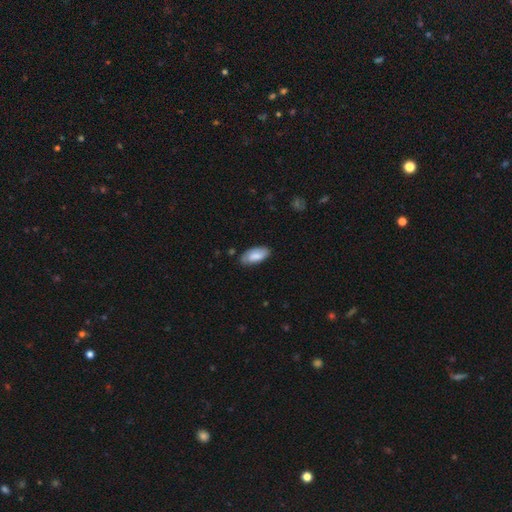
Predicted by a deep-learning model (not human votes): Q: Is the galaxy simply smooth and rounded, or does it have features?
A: smooth — 76%.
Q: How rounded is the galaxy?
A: in between — 91%.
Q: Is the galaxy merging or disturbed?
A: none — 74%.